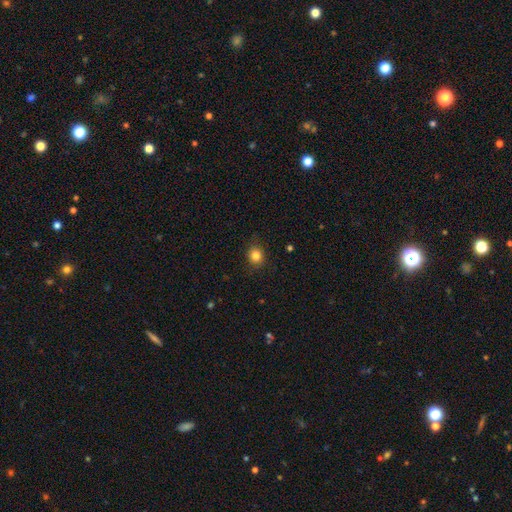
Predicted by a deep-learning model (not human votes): This appears to be a smooth galaxy with no disk features (84%) that is round (77%). Merging: none (87%).